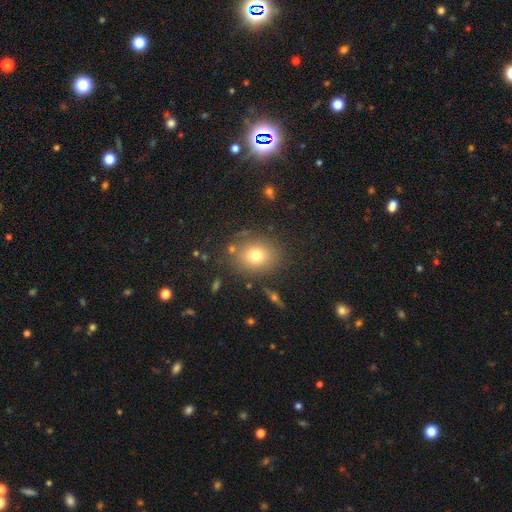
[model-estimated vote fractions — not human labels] Q: Smooth or featured?
A: smooth (74%); runner-up: star or artifact (13%)
Q: How rounded?
A: round (63%); runner-up: in between (36%)
Q: Merging?
A: none (81%); runner-up: minor disturbance (11%)